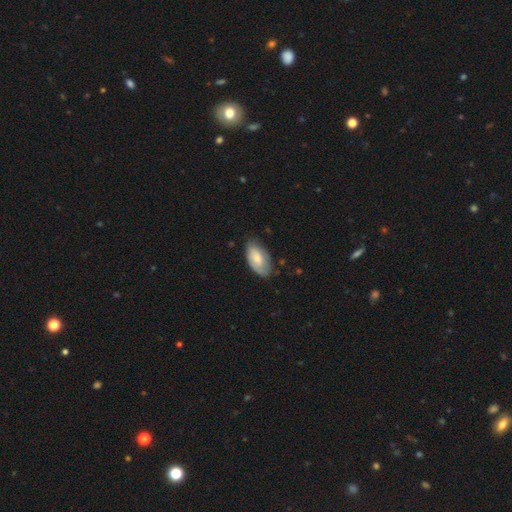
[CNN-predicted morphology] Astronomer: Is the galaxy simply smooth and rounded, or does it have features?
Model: smooth — 65%.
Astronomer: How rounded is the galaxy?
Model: in between — 94%.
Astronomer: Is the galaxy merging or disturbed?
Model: none — 67%.